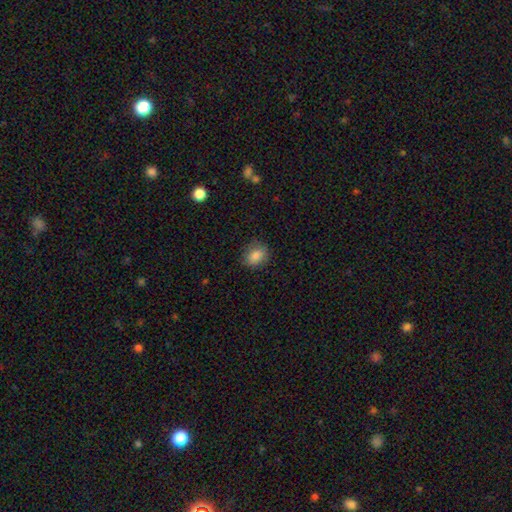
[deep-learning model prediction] Morphology: type=smooth (84%); roundness=in between (51%); merging=none (79%).